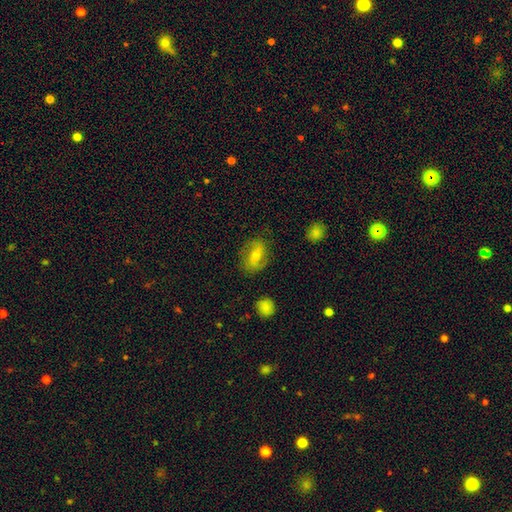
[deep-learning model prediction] featured or disk 53%, smooth 38%, star or artifact 9%. Down the decision tree: edge-on disk — no (93%); merging — none (78%).